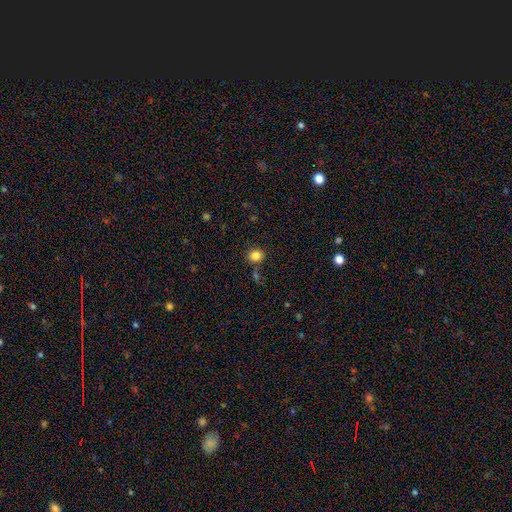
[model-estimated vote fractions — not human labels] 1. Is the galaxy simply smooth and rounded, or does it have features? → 84% smooth, 12% star or artifact, 5% featured or disk.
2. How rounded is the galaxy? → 76% round, 23% in between, 1% cigar-shaped.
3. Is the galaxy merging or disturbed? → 79% none, 11% minor disturbance, 7% merger, 3% major disturbance.